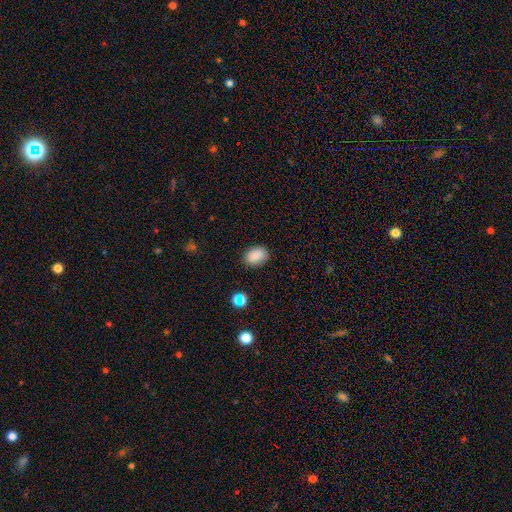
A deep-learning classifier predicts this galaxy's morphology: The model was most divided on "how rounded": in between: 80%, round: 19%, cigar-shaped: 1%. More confident: smooth or featured — smooth (86%); merging — none (84%).